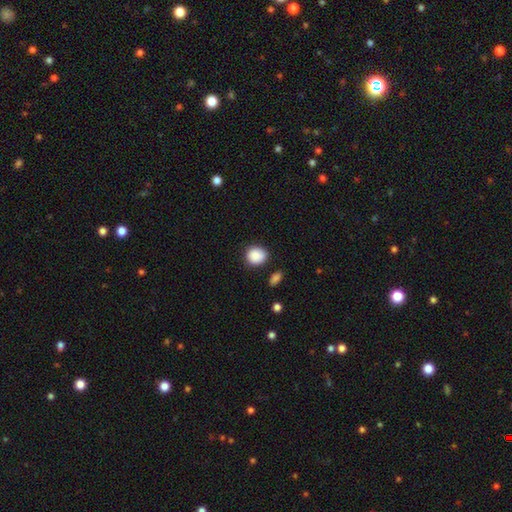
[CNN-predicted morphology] smooth-or-featured: smooth: 89% | star or artifact: 8% | featured or disk: 3%
  how-rounded: round: 75% | in between: 24% | cigar-shaped: 1%
  merging: none: 82% | minor disturbance: 12% | major disturbance: 3% | merger: 3%